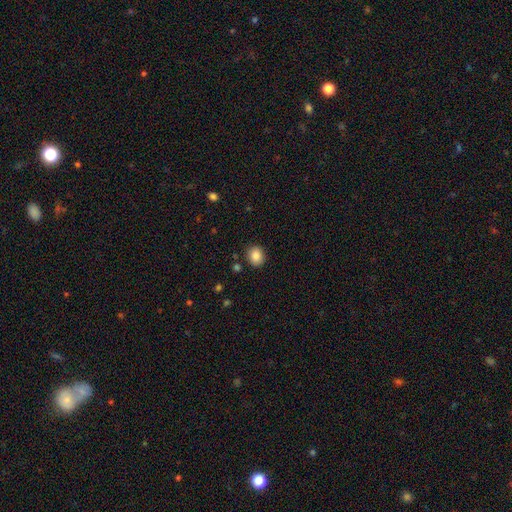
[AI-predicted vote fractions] Smooth or featured? Predicted: smooth (p=0.86). How rounded? Predicted: round (p=0.64). Merging? Predicted: none (p=0.88).